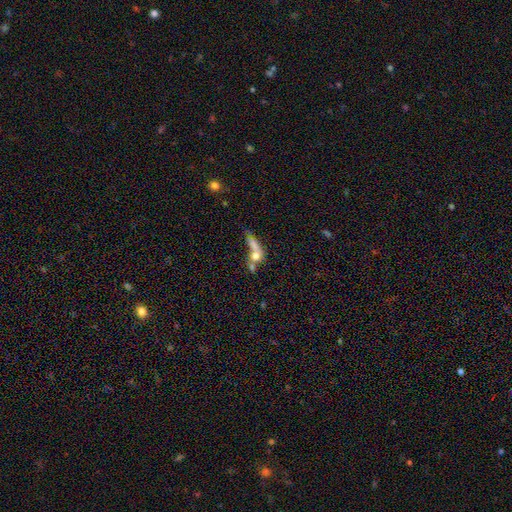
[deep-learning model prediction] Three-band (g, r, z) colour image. It shows a smooth galaxy with no disk features (61%) that is in between round and cigar-shaped (41%). Merging: merger (54%).